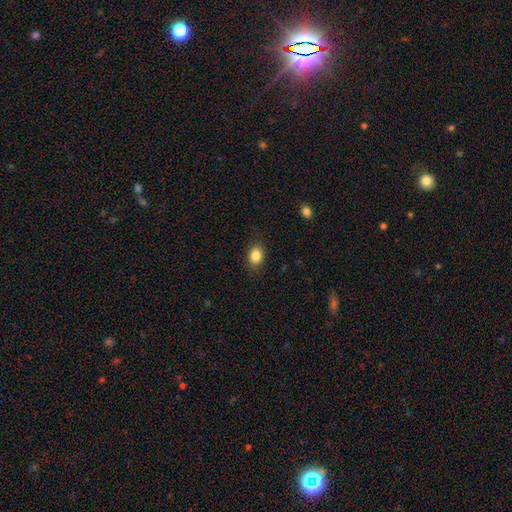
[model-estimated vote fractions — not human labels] This is clearly a smooth galaxy (85%). How rounded: likely in between (62%). Merging: clearly none (86%).